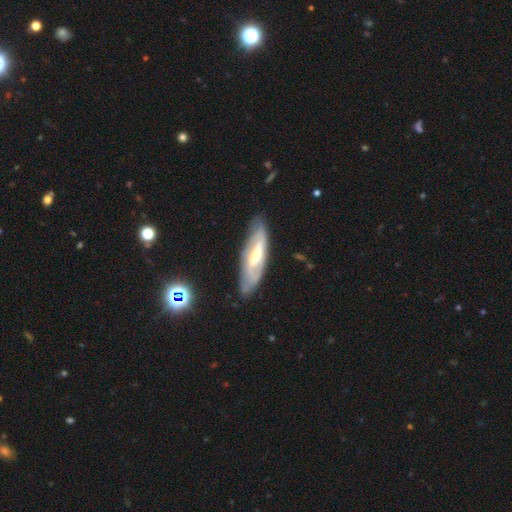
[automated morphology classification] Overall: featured or disk (72%). Edge-on disk: no (77%). Bar: weak (42%; strong 32%). Spiral arms: yes (79%). Bulge size: moderate (59%; small 30%). Merging: none (80%).